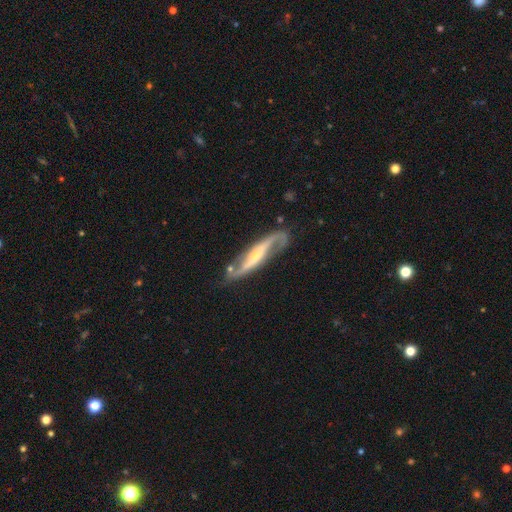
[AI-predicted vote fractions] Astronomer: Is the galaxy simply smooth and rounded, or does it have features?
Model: featured or disk — 87%.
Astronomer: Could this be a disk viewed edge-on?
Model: no — 79%.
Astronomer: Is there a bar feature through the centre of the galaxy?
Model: strong — 42% (runner-up: no, 33%).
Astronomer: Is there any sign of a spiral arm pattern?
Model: yes — 95%.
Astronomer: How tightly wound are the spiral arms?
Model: loose — 58%.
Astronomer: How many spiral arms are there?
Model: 2 — 88%.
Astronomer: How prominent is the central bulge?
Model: small — 61%.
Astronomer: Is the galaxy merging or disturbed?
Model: none — 69%.